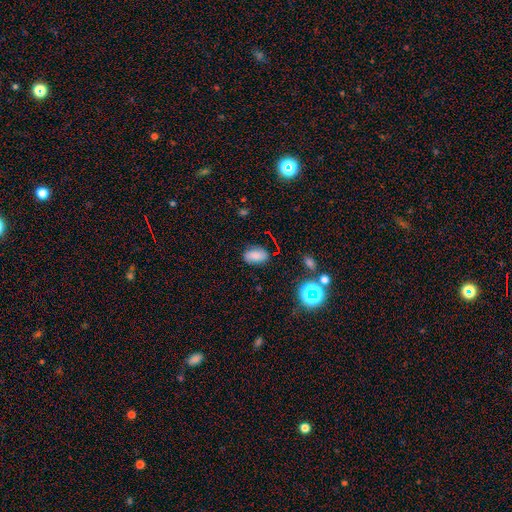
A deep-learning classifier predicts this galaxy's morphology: smooth-or-featured: smooth: 72% | featured or disk: 14% | star or artifact: 14%
  how-rounded: in between: 90% | round: 8% | cigar-shaped: 2%
  merging: none: 72% | minor disturbance: 20% | major disturbance: 6% | merger: 2%